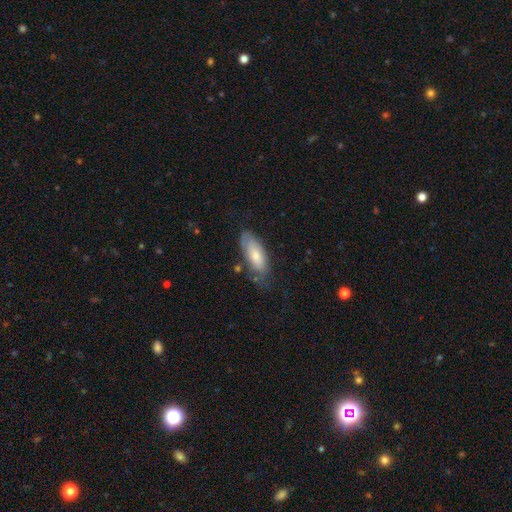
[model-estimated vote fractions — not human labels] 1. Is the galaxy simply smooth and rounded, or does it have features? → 68% smooth, 26% featured or disk, 6% star or artifact.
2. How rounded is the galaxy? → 77% in between, 21% cigar-shaped, 2% round.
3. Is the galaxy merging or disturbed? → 58% none, 29% minor disturbance, 9% major disturbance, 3% merger.